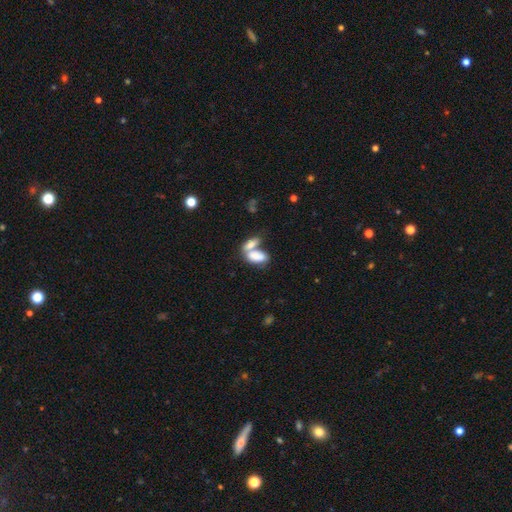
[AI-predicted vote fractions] Smooth or featured? smooth (78%)
How rounded? in between (91%)
Merging? merger (65%)